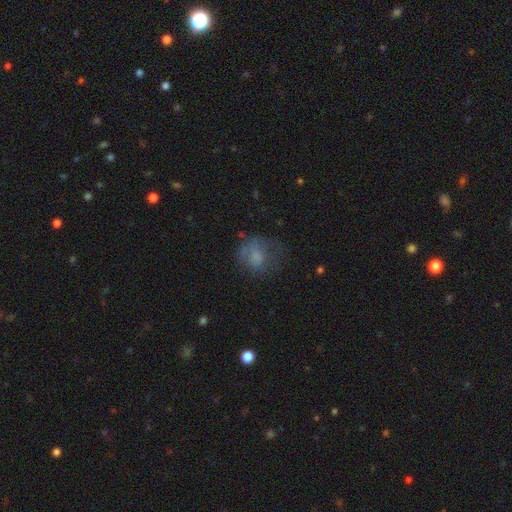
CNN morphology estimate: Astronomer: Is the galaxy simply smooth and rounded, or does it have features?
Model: smooth — 61%.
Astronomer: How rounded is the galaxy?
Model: round — 68%.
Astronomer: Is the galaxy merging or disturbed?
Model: none — 47% (runner-up: major disturbance, 27%).